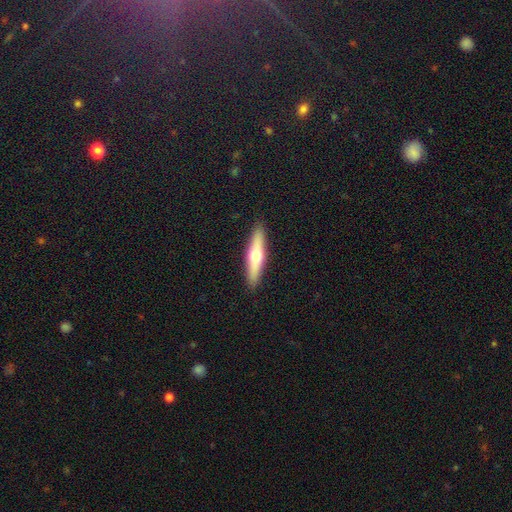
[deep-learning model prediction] This is possibly a smooth galaxy (49%). Merging: clearly none (90%).